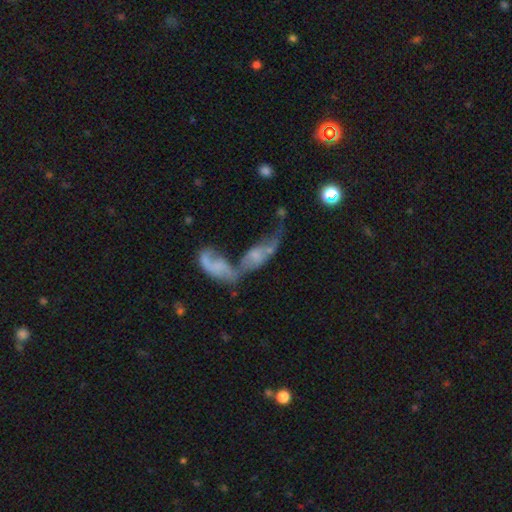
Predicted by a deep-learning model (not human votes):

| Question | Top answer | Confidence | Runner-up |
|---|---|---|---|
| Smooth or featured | featured or disk | 50% | smooth (40%) |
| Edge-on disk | no | 81% | yes (19%) |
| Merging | merger | 68% | major disturbance (15%) |